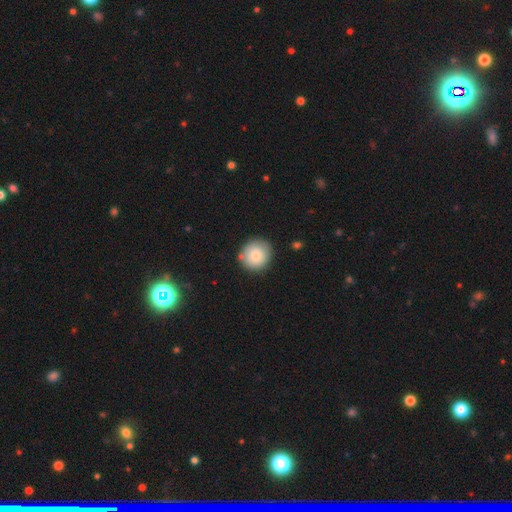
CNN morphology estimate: Overall: smooth (81%). How rounded: round (91%). Merging: none (85%).